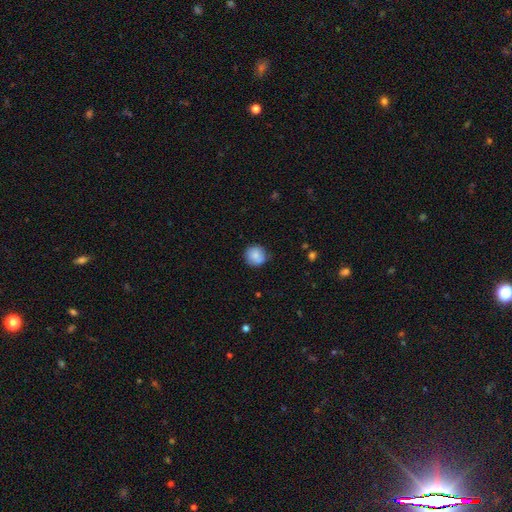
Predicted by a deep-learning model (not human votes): smooth_or_featured: smooth (p=0.82) [alt: featured or disk p=0.10]
how_rounded: round (p=0.91) [alt: in between p=0.08]
merging: none (p=0.77) [alt: minor disturbance p=0.17]